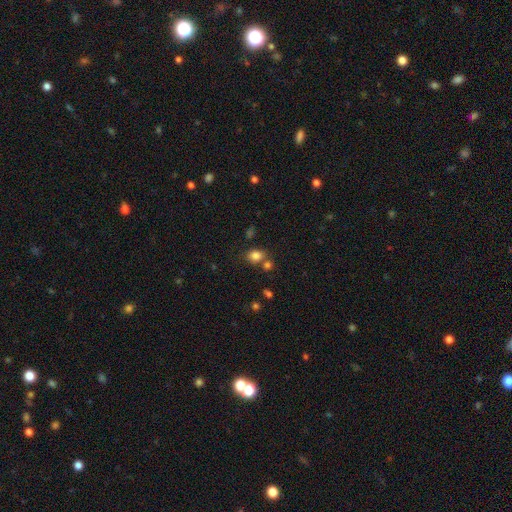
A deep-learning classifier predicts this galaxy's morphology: type=smooth (81%); roundness=round (51%); merging=none (64%).